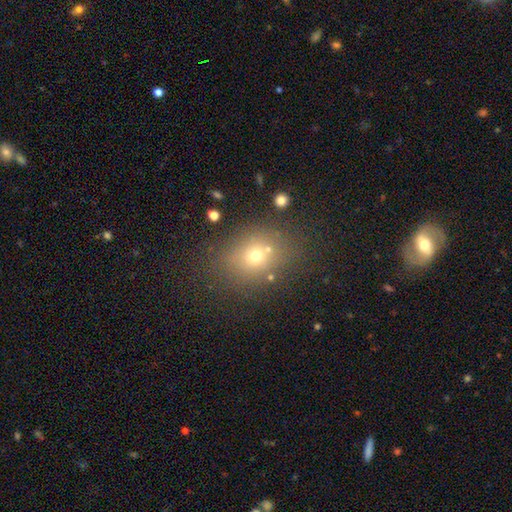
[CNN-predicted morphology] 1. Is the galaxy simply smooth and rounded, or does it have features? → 64% smooth, 21% star or artifact, 15% featured or disk.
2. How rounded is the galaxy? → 50% round, 49% in between, 1% cigar-shaped.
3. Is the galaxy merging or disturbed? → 74% none, 12% minor disturbance, 9% merger, 5% major disturbance.